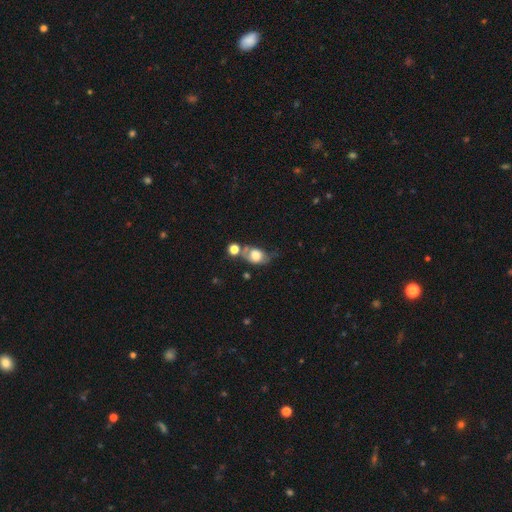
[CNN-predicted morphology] This appears to be a smooth galaxy with no disk features (63%) that is in between round and cigar-shaped (67%). Merging: none (33%).